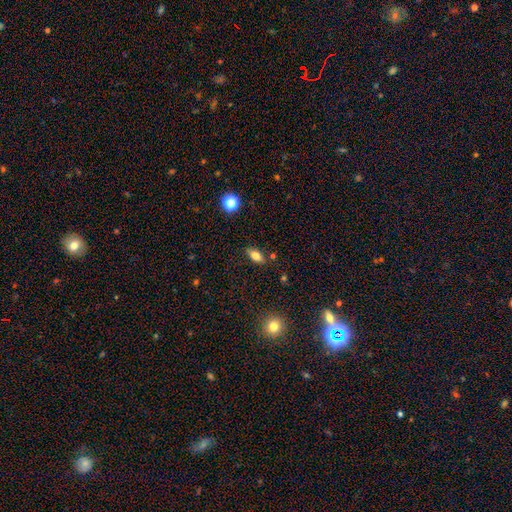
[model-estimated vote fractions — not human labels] Morphology: type=smooth (76%); roundness=in between (84%); merging=none (84%).